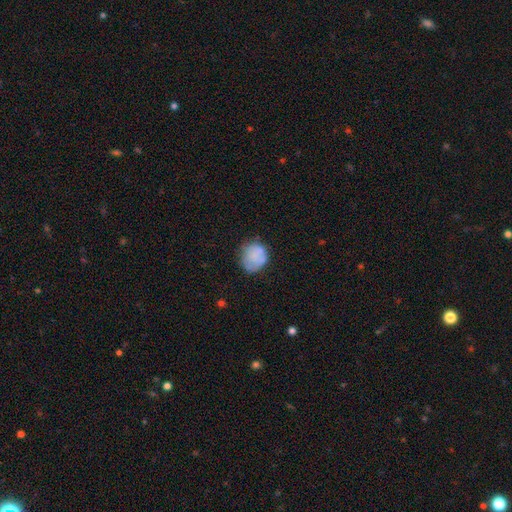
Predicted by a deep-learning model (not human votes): This is likely a smooth galaxy (70%). How rounded: likely round (78%). Merging: possibly none (59%).